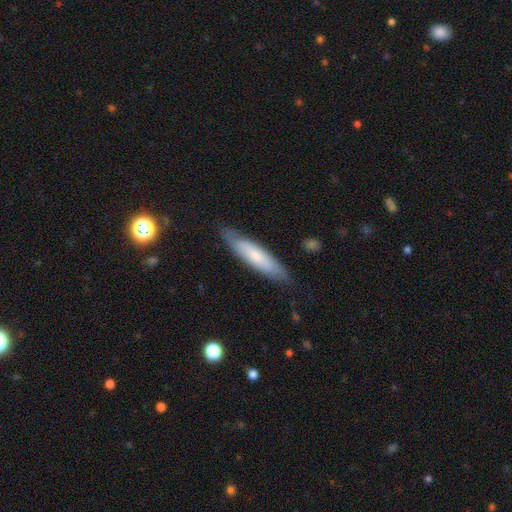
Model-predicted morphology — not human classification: This appears to be a smooth galaxy with no disk features (62%) that is cigar-shaped (75%). Merging: none (80%).